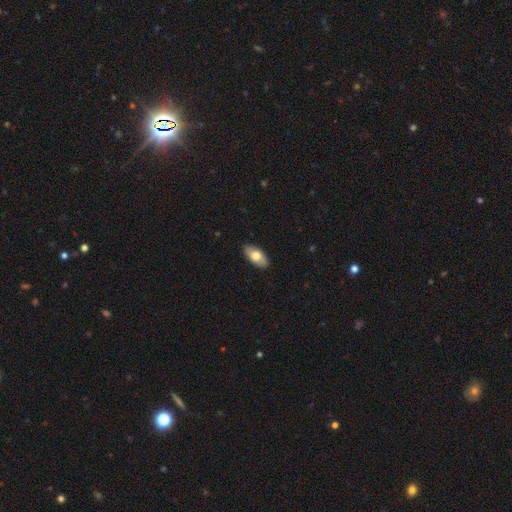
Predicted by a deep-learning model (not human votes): smooth 69%, featured or disk 25%, star or artifact 6%. Down the decision tree: how rounded — in between (92%); merging — none (88%).